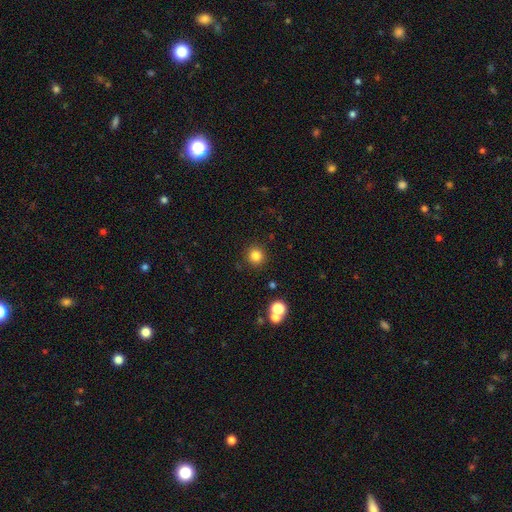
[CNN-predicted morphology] This is clearly a smooth galaxy (82%). How rounded: clearly round (94%). Merging: clearly none (89%).